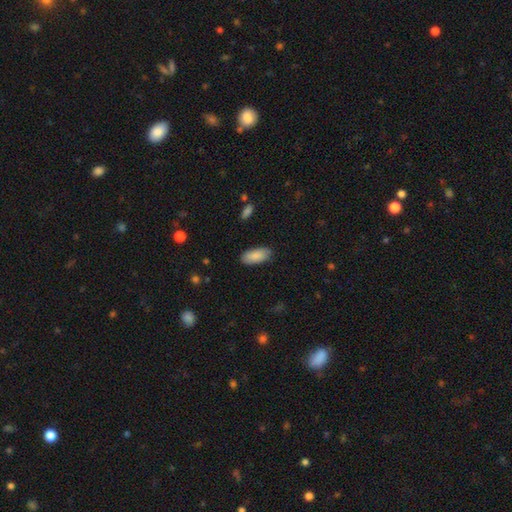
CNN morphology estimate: This appears to be a smooth galaxy with no disk features (89%) that is in between round and cigar-shaped (88%). Merging: none (87%).